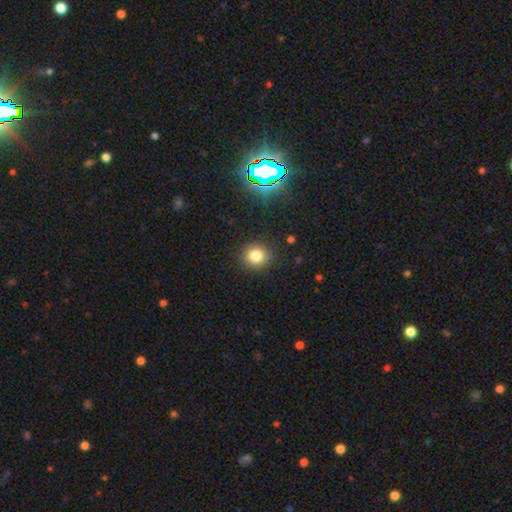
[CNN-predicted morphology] type=smooth (79%); roundness=round (83%); merging=none (89%).